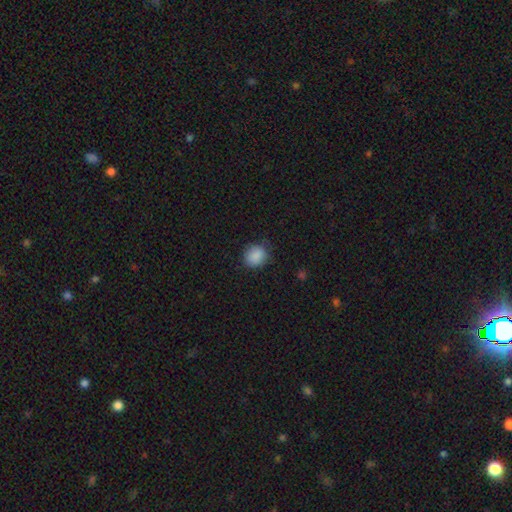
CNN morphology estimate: smooth_or_featured: smooth (p=0.88) [alt: star or artifact p=0.08]
how_rounded: round (p=0.73) [alt: in between p=0.26]
merging: none (p=0.79) [alt: minor disturbance p=0.16]